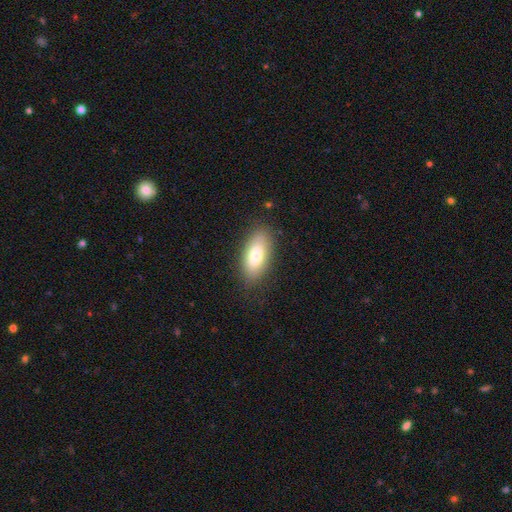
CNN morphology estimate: Smooth or featured?
  - smooth: 80% *
  - featured or disk: 13%
  - star or artifact: 7%
How rounded?
  - in between: 87% *
  - cigar-shaped: 10%
  - round: 3%
Merging?
  - none: 84% *
  - minor disturbance: 12%
  - major disturbance: 3%
  - merger: 1%